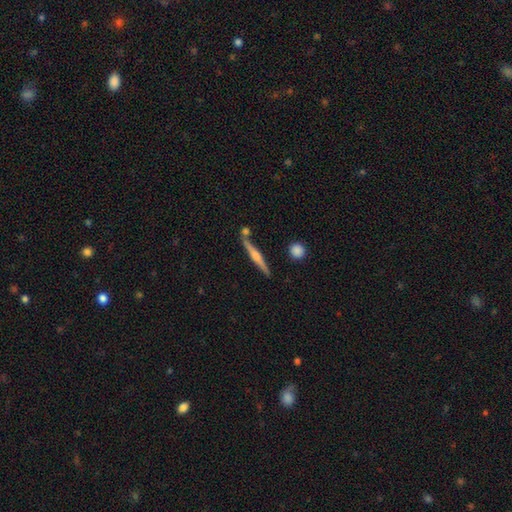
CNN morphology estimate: type=featured or disk (65%); edge-on=yes (97%); edge-on bulge=rounded (73%); merging=none (78%).